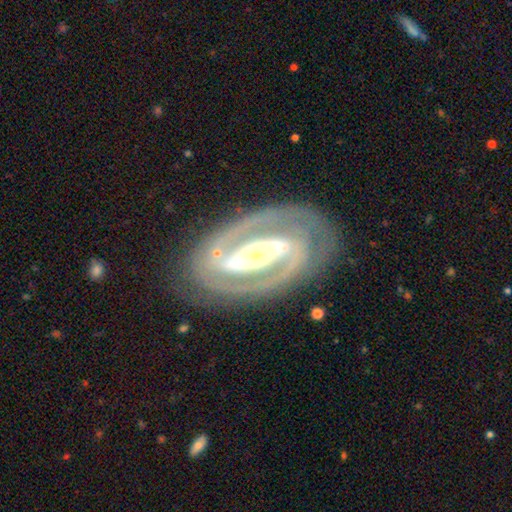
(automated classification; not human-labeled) A featured or disk galaxy (90%) with a strong bar (76%), 2 (91%) tight (57%) spiral arms (94%) and a moderate central bulge (43%).

Vote fractions:
- Smooth or featured? featured or disk: 90% / smooth: 6% / star or artifact: 5%
- Edge-on disk? no: 95% / yes: 5%
- Bar? strong: 76% / weak: 15% / no: 9%
- Spiral arms? yes: 94% / no: 6%
- Spiral winding? tight: 57% / medium: 37% / loose: 7%
- Spiral arm count? 2: 91% / can't tell: 4% / 1: 2% / 3: 2% / 4: 1% / more than 4: 1%
- Bulge size? moderate: 43% / small: 33% / large: 18% / dominant: 3% / none: 2%
- Merging? none: 81% / minor disturbance: 13% / major disturbance: 5% / merger: 2%